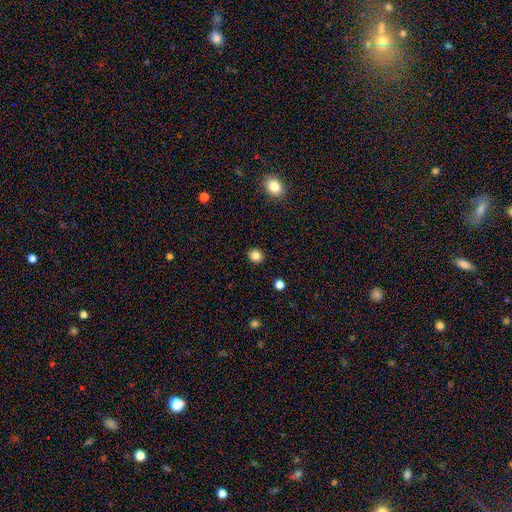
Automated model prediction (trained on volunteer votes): A smooth galaxy with no disk features (84%) that is round (81%). Merging: none (91%).